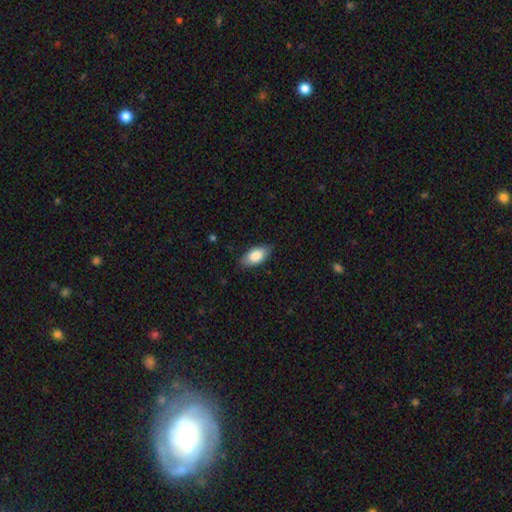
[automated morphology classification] smooth-or-featured: smooth: 84% | featured or disk: 10% | star or artifact: 6%
  how-rounded: in between: 92% | cigar-shaped: 5% | round: 3%
  merging: none: 82% | minor disturbance: 14% | major disturbance: 3% | merger: 1%